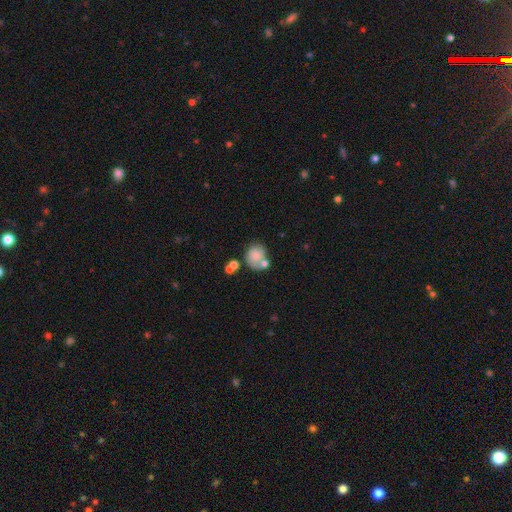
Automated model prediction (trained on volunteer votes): Smooth or featured: smooth — 73% (featured or disk — 18%)
How rounded: round — 70% (in between — 29%)
Merging: none — 47% (merger — 25%)